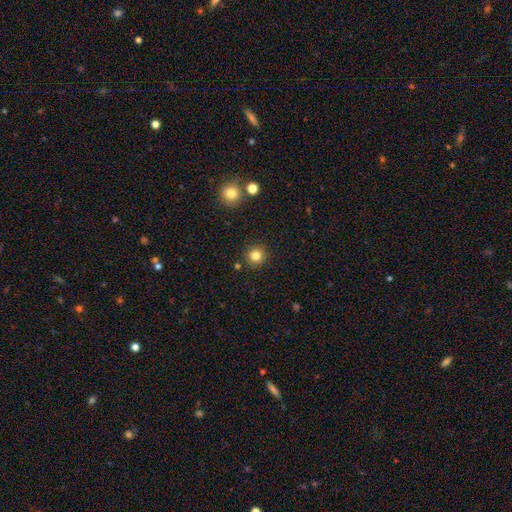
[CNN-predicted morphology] The model was most divided on "smooth or featured": smooth: 82%, star or artifact: 13%, featured or disk: 6%. More confident: how rounded — round (95%); merging — none (90%).